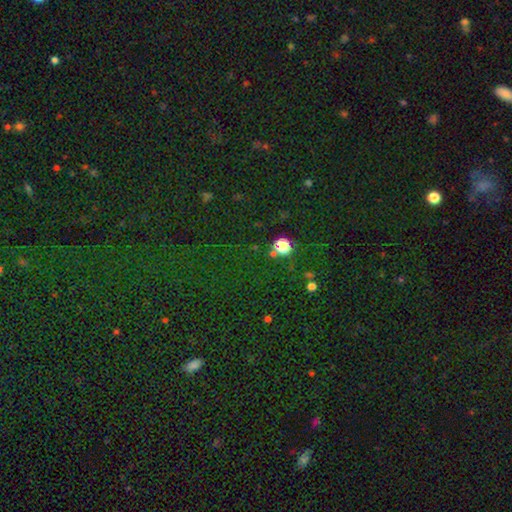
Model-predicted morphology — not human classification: smooth-or-featured: star or artifact: 74% | smooth: 19% | featured or disk: 8%